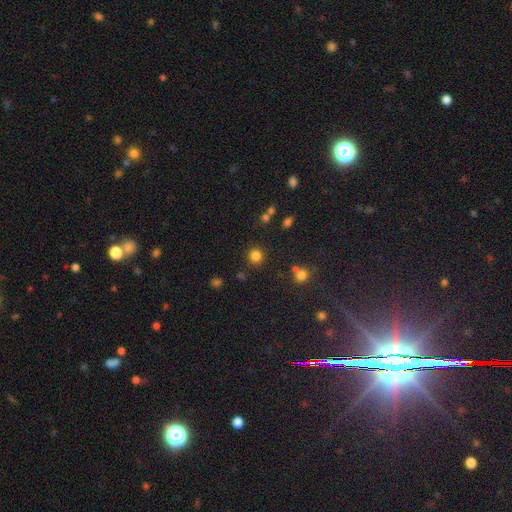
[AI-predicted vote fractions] The model was most divided on "smooth or featured": smooth: 81%, star or artifact: 14%, featured or disk: 5%. More confident: how rounded — round (91%); merging — none (85%).